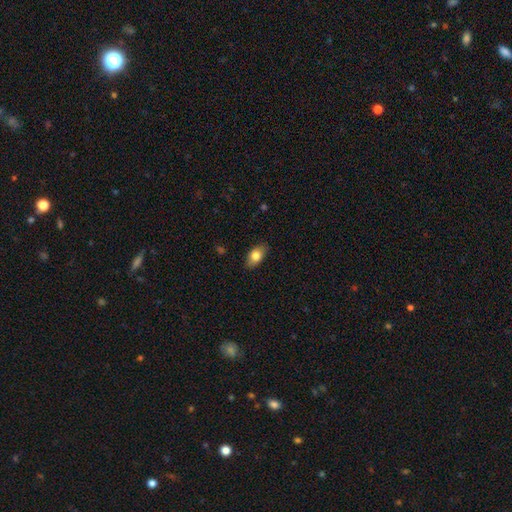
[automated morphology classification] This is clearly a smooth galaxy (80%). How rounded: clearly in between (89%). Merging: clearly none (84%).